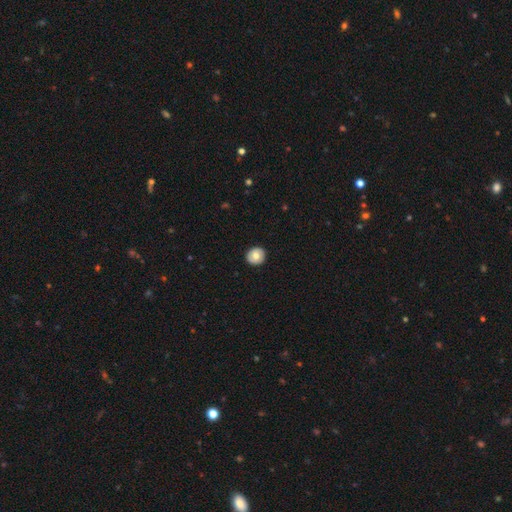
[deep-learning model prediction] Smooth or featured? Predicted: smooth (p=0.69). How rounded? Predicted: round (p=0.90). Merging? Predicted: none (p=0.91).